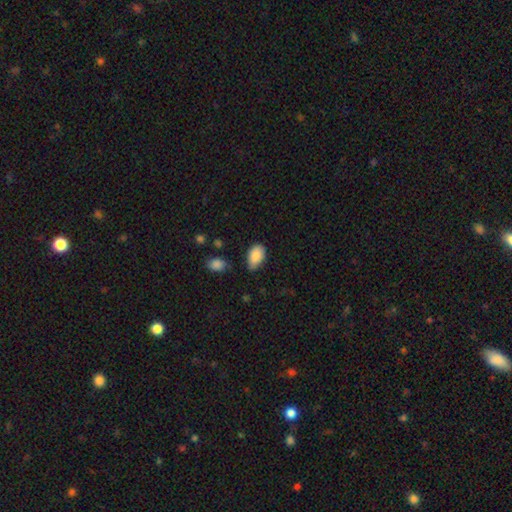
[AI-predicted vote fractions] A smooth galaxy with no disk features (88%) that is in between round and cigar-shaped (91%). Merging: none (56%).